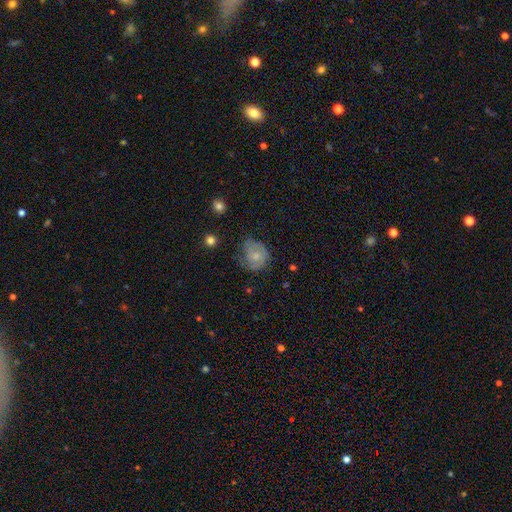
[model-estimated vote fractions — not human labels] Overall: featured or disk (51%; smooth 41%). Edge-on disk: no (98%). Bar: no (74%). Spiral arms: yes (82%). Bulge size: small (57%; moderate 33%). Merging: none (55%; minor disturbance 29%).